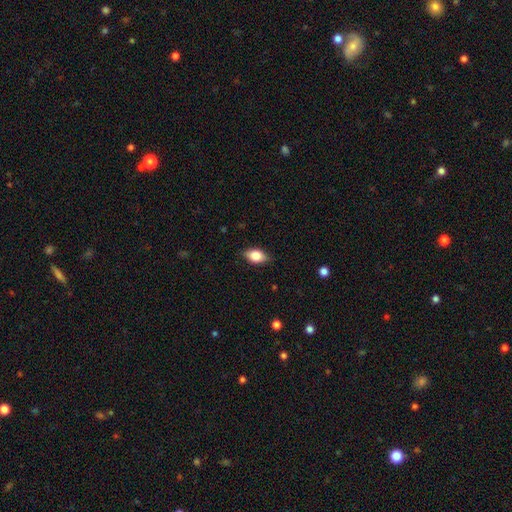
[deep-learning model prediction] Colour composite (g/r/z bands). It shows a smooth galaxy with no disk features (77%) that is in between round and cigar-shaped (84%). Merging: none (82%).